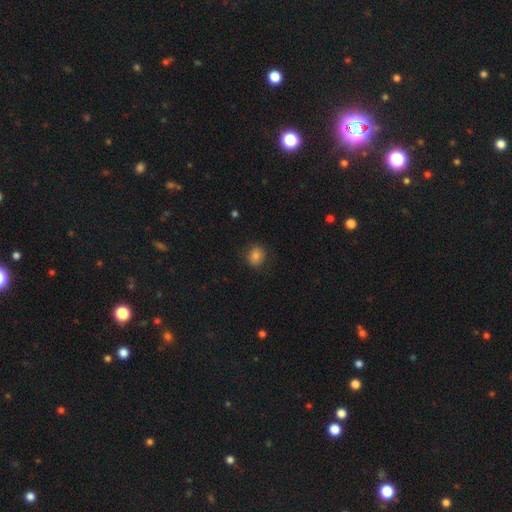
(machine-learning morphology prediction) Overall: smooth (82%). How rounded: round (71%). Merging: none (84%).